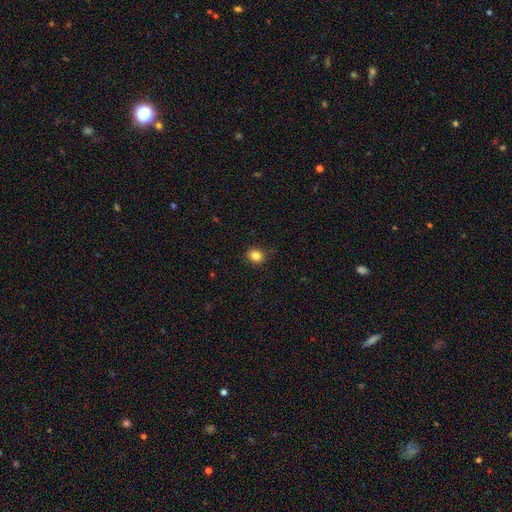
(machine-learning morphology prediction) type=smooth (84%); roundness=round (61%); merging=none (86%).